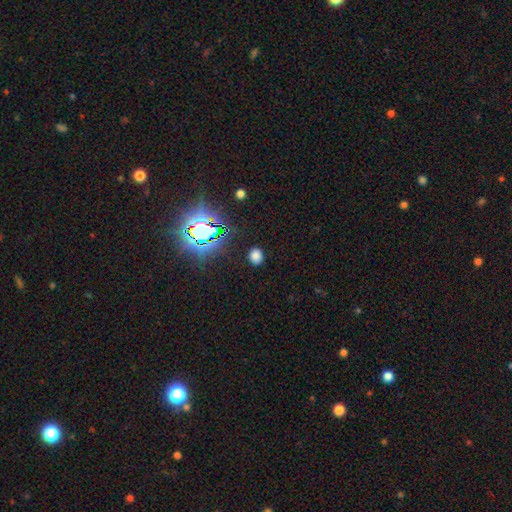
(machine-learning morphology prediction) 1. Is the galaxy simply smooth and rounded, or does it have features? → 71% smooth, 24% star or artifact, 6% featured or disk.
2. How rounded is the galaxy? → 55% round, 44% in between, 1% cigar-shaped.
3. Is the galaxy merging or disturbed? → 87% none, 8% minor disturbance, 3% major disturbance, 1% merger.